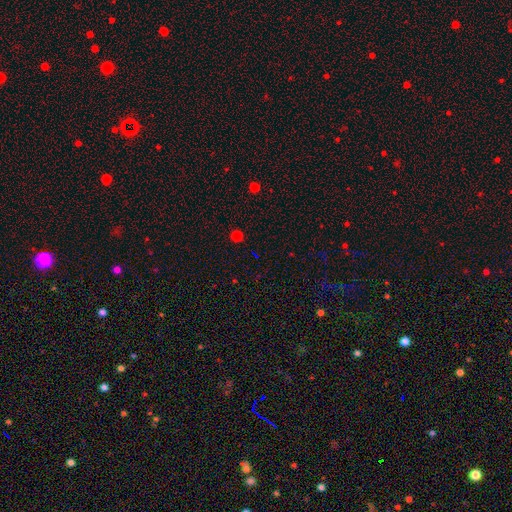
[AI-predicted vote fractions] Morphology: type=smooth (47%, tied with star or artifact); merging=none (89%).